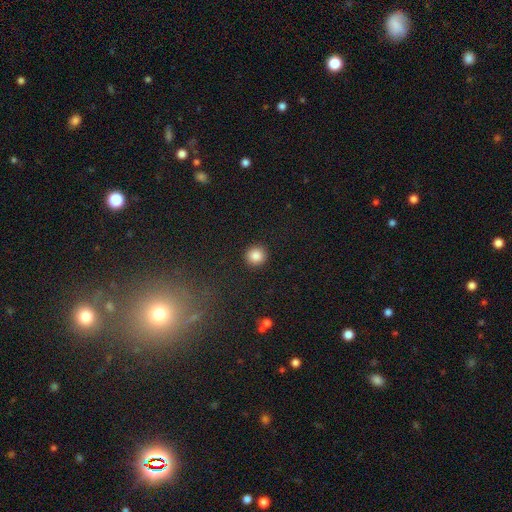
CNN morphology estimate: type=smooth (85%); roundness=round (94%); merging=none (92%).